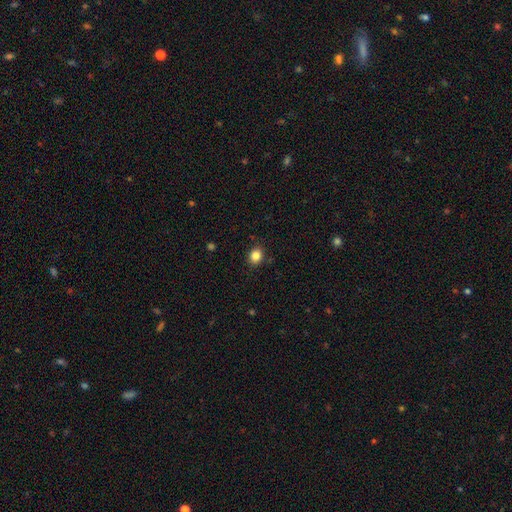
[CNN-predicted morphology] smooth 85%, star or artifact 11%, featured or disk 5%. Down the decision tree: how rounded — round (58%); merging — none (87%).